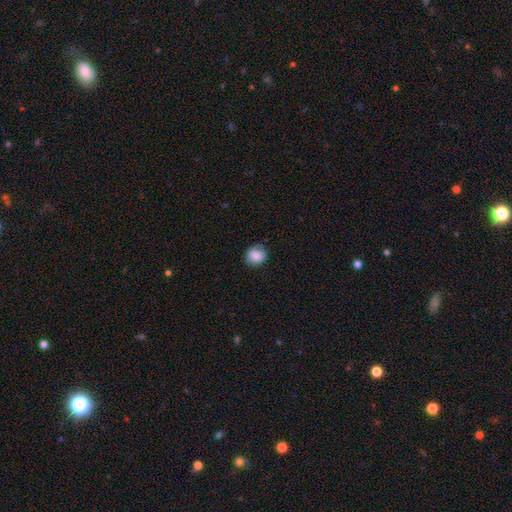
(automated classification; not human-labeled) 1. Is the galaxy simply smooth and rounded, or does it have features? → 83% smooth, 8% star or artifact, 8% featured or disk.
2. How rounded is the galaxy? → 73% round, 26% in between, 1% cigar-shaped.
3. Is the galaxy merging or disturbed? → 80% none, 15% minor disturbance, 3% major disturbance, 1% merger.